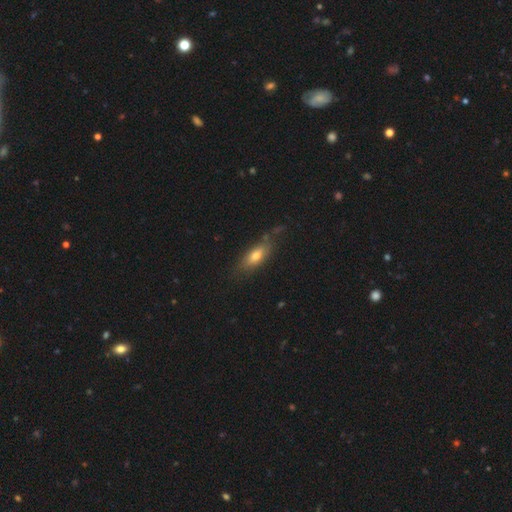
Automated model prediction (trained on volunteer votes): The model was most divided on "how rounded": in between: 69%, cigar-shaped: 28%, round: 3%. More confident: smooth or featured — smooth (67%); merging — none (65%).